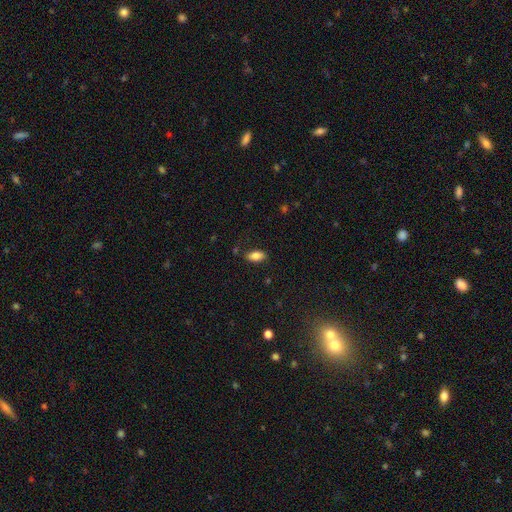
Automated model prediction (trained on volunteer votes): smooth-or-featured: smooth: 83% | featured or disk: 9% | star or artifact: 8%
  how-rounded: in between: 90% | cigar-shaped: 7% | round: 3%
  merging: none: 82% | minor disturbance: 13% | major disturbance: 3% | merger: 2%